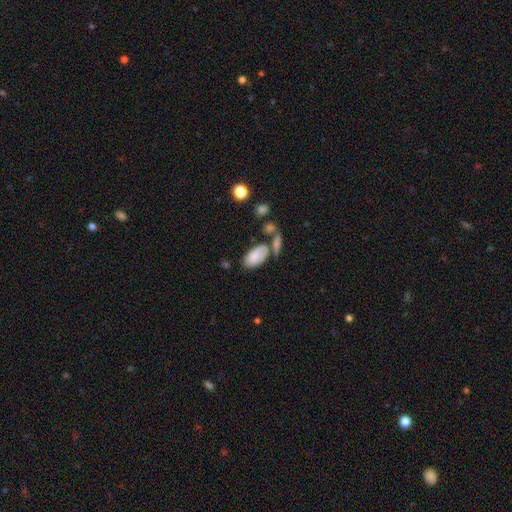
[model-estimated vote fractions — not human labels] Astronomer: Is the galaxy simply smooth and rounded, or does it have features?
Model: smooth — 79%.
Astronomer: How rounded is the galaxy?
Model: in between — 94%.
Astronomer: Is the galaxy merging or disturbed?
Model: none — 51%.